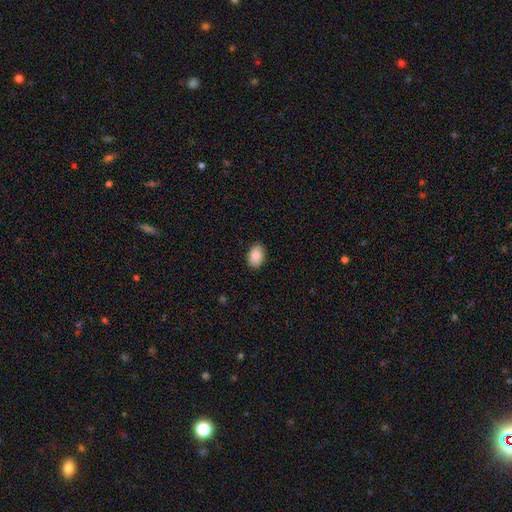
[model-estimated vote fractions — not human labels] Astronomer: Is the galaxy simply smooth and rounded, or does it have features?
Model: smooth — 87%.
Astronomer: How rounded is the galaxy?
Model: in between — 85%.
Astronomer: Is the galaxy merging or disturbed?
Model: none — 87%.